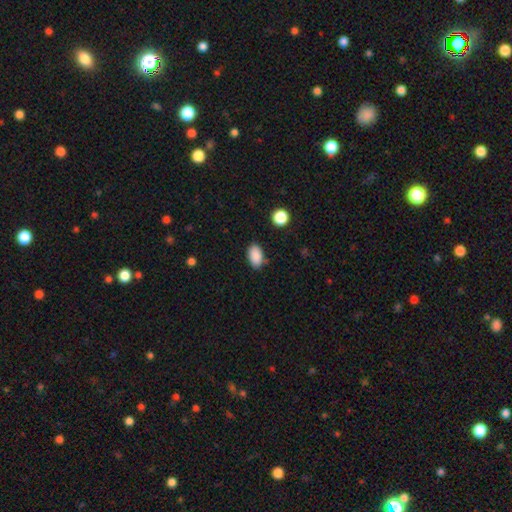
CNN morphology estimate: Overall: smooth (88%). How rounded: in between (91%). Merging: none (82%).